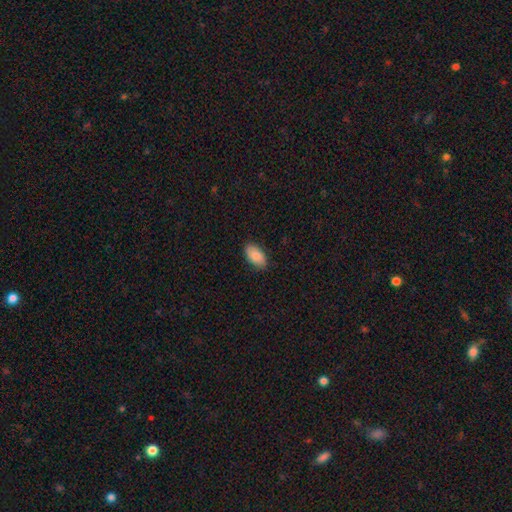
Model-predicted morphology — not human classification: This appears to be a smooth galaxy with no disk features (87%) that is in between round and cigar-shaped (95%). Merging: none (86%).